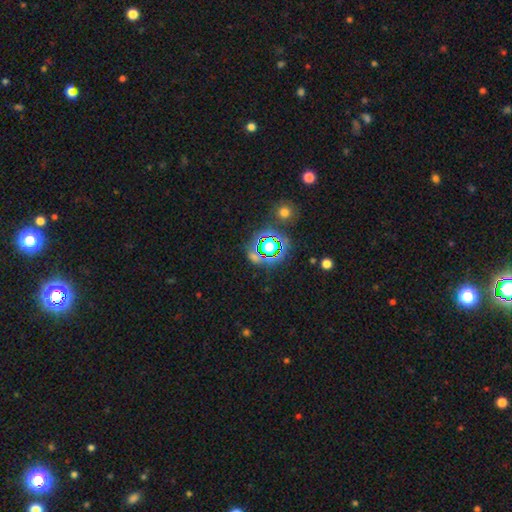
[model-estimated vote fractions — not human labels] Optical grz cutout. It shows a star or artifact, not a galaxy (73%).